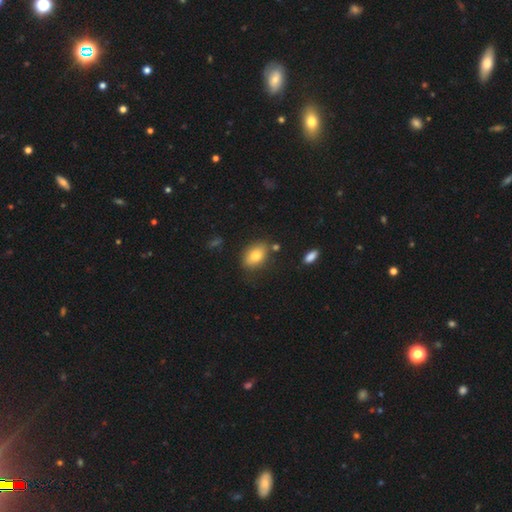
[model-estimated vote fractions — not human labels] This appears to be a smooth galaxy with no disk features (79%) that is in between round and cigar-shaped (83%). Merging: none (76%).